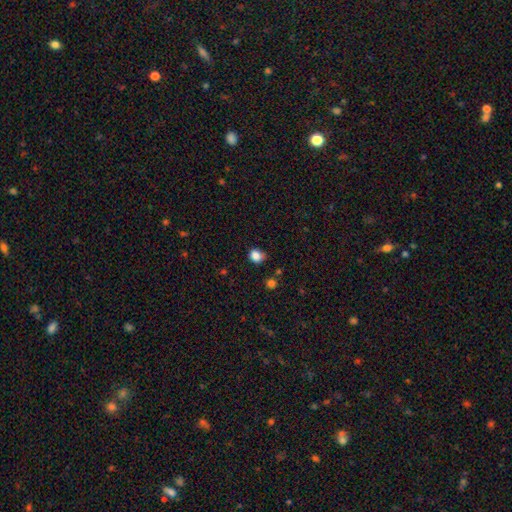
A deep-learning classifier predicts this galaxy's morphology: smooth 85%, star or artifact 11%, featured or disk 4%. Down the decision tree: how rounded — round (68%); merging — none (66%).